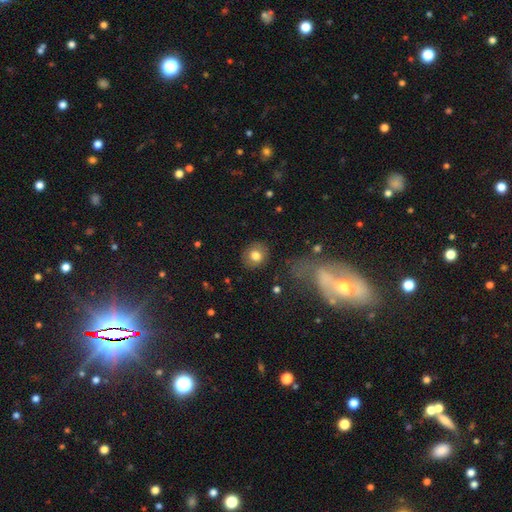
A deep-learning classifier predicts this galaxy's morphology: A smooth galaxy with no disk features (78%) that is round (80%).

Vote fractions:
- Smooth or featured? smooth: 78% / featured or disk: 12% / star or artifact: 10%
- How rounded? round: 80% / in between: 19% / cigar-shaped: 1%
- Merging? none: 87% / minor disturbance: 8% / major disturbance: 3% / merger: 2%